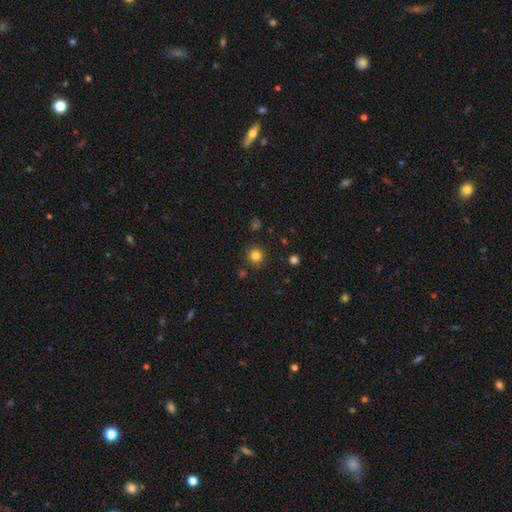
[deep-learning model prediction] Q: Smooth or featured?
A: smooth (82%); runner-up: star or artifact (13%)
Q: How rounded?
A: round (94%); runner-up: in between (5%)
Q: Merging?
A: none (87%); runner-up: minor disturbance (8%)